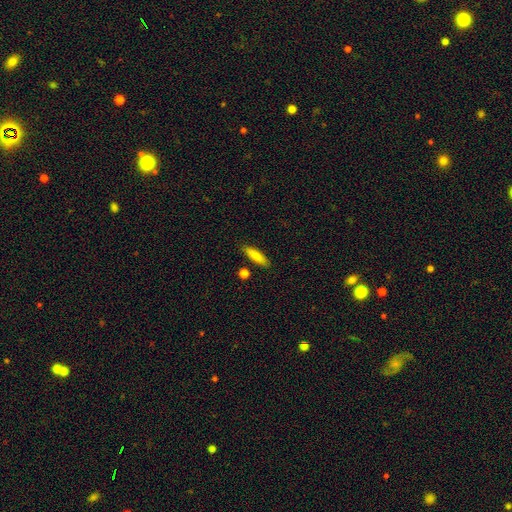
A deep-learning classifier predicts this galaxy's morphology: This appears to be a smooth galaxy with no disk features (81%) that is cigar-shaped (68%). Merging: none (86%).